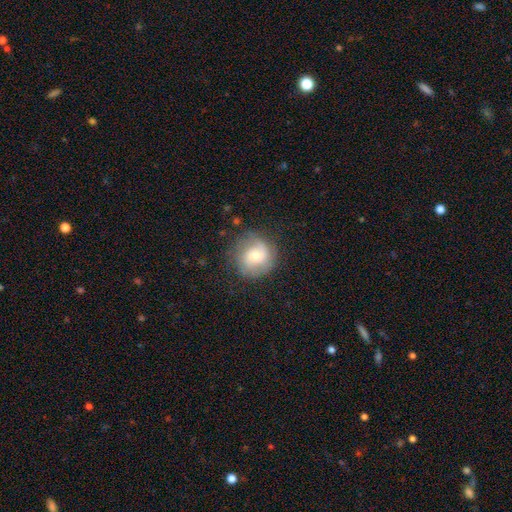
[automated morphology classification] The model was most divided on "smooth or featured": featured or disk: 47%, smooth: 44%, star or artifact: 8%. More confident: merging — none (74%).